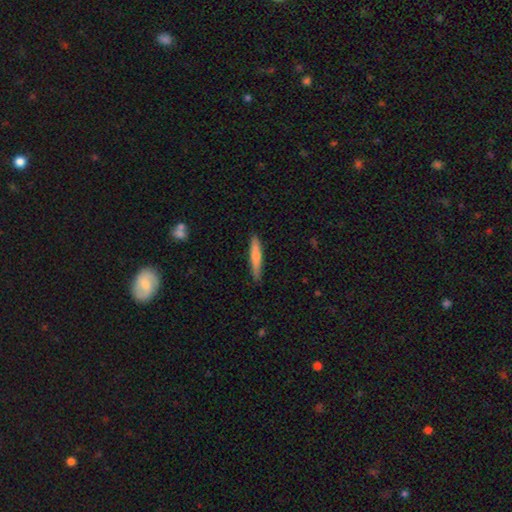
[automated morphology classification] Smooth or featured? smooth (61%)
How rounded? cigar-shaped (93%)
Merging? none (88%)